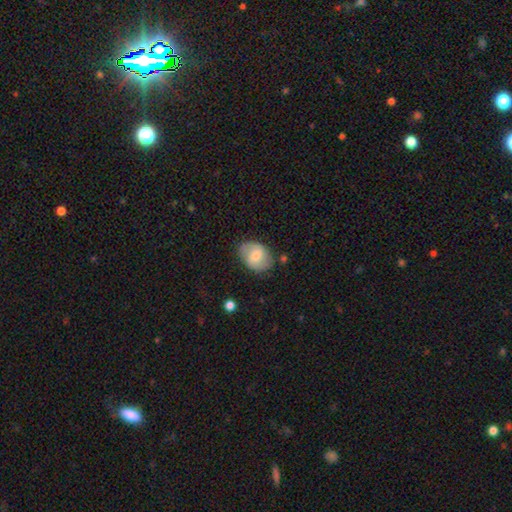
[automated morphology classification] Smooth or featured?
  - smooth: 64% *
  - featured or disk: 30%
  - star or artifact: 7%
How rounded?
  - in between: 70% *
  - round: 29%
  - cigar-shaped: 1%
Merging?
  - none: 73% *
  - minor disturbance: 20%
  - major disturbance: 4%
  - merger: 3%